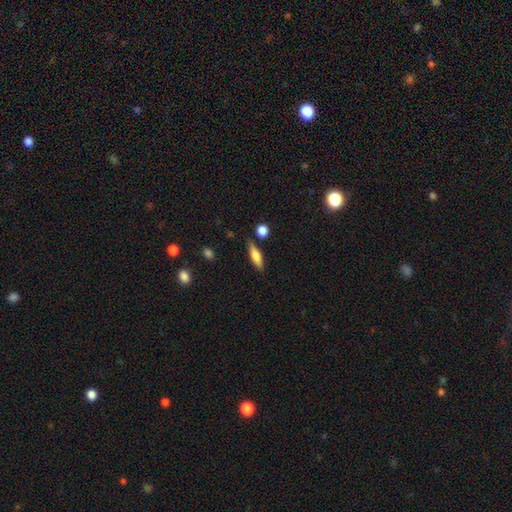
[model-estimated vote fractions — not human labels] A smooth galaxy with no disk features (65%) that is cigar-shaped (54%). Merging: none (78%).